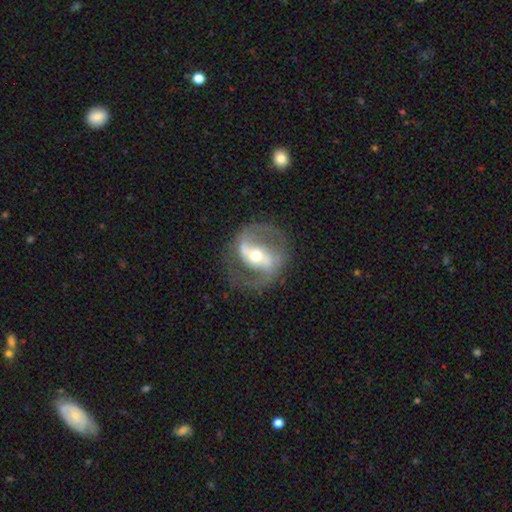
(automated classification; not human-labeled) This appears to be a featured or disk galaxy (86%) with a strong bar (47%), 2 (90%) medium (53%) spiral arms (88%) and a moderate central bulge (69%). Merging: none (77%).